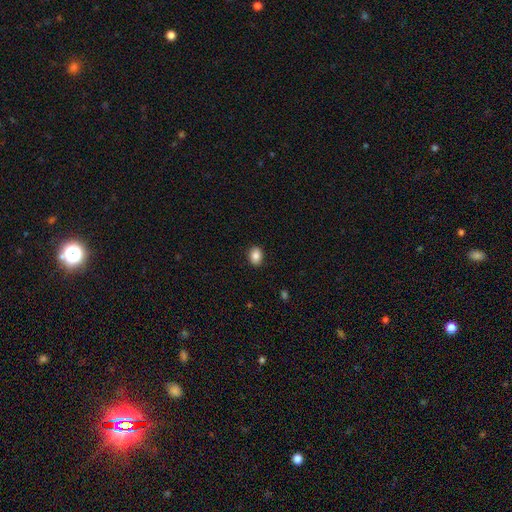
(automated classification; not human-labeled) A smooth galaxy with no disk features (86%) that is in between round and cigar-shaped (61%).

Vote fractions:
- Smooth or featured? smooth: 86% / star or artifact: 8% / featured or disk: 5%
- How rounded? in between: 61% / round: 38% / cigar-shaped: 1%
- Merging? none: 89% / minor disturbance: 8% / major disturbance: 2% / merger: 1%